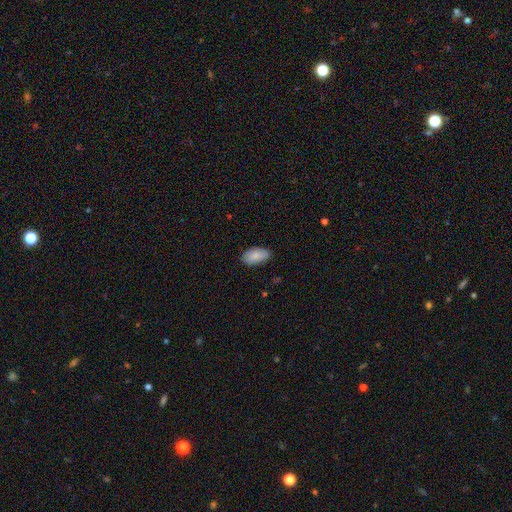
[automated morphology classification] Smooth or featured?
  - smooth: 86% *
  - featured or disk: 7%
  - star or artifact: 6%
How rounded?
  - in between: 95% *
  - round: 3%
  - cigar-shaped: 2%
Merging?
  - none: 84% *
  - minor disturbance: 13%
  - major disturbance: 2%
  - merger: 1%